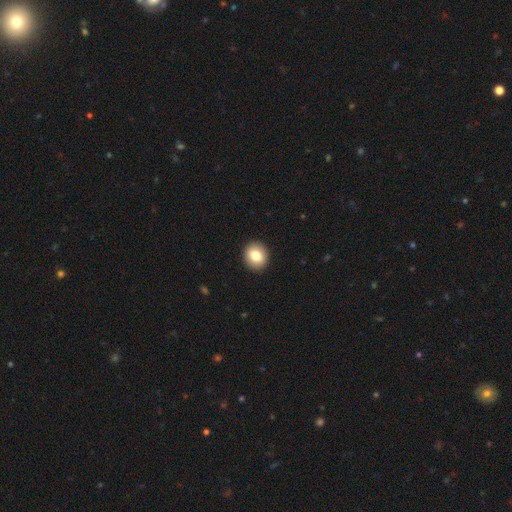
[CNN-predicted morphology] Q: Smooth or featured?
A: smooth (80%); runner-up: featured or disk (11%)
Q: How rounded?
A: round (79%); runner-up: in between (20%)
Q: Merging?
A: none (92%); runner-up: minor disturbance (5%)